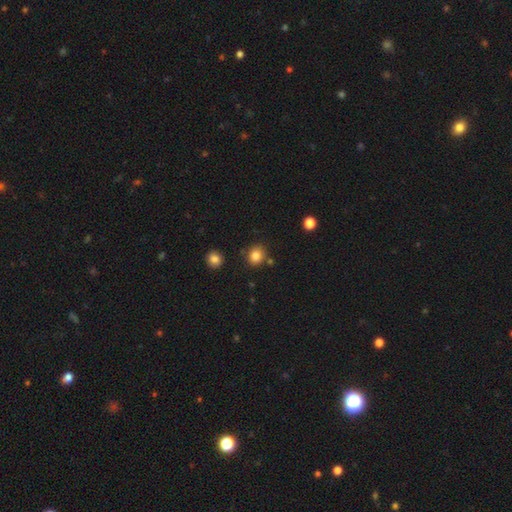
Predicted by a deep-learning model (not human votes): smooth_or_featured: smooth (p=0.84) [alt: star or artifact p=0.11]
how_rounded: round (p=0.81) [alt: in between p=0.18]
merging: none (p=0.82) [alt: minor disturbance p=0.10]